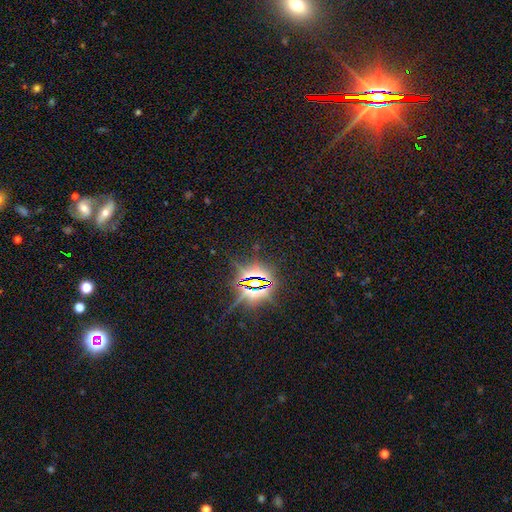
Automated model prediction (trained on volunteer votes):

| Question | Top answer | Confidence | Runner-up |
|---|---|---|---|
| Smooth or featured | star or artifact | 83% | smooth (9%) |